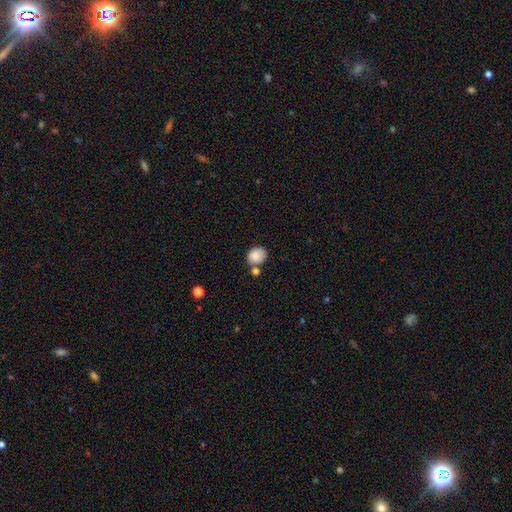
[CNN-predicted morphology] Overall: smooth (85%). How rounded: round (60%; in between 39%). Merging: none (60%; merger 21%).